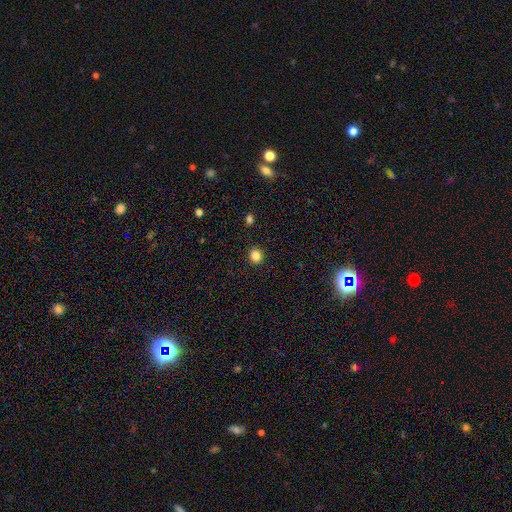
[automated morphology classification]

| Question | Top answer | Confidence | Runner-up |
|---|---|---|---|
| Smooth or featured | smooth | 85% | star or artifact (11%) |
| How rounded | round | 83% | in between (16%) |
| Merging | none | 91% | minor disturbance (6%) |